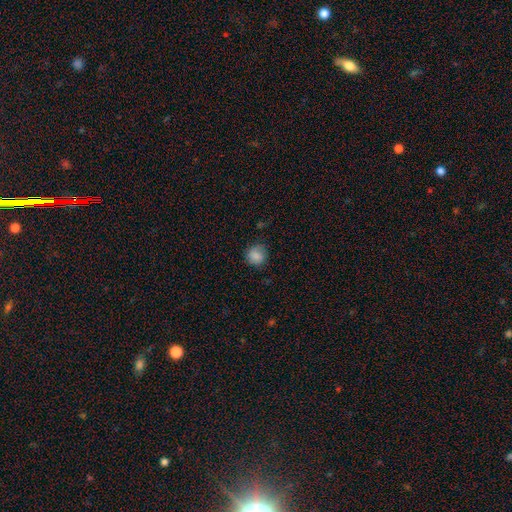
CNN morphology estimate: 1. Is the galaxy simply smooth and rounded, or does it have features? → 86% smooth, 9% star or artifact, 5% featured or disk.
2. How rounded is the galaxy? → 86% round, 13% in between, 1% cigar-shaped.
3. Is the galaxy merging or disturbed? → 77% none, 17% minor disturbance, 4% major disturbance, 1% merger.